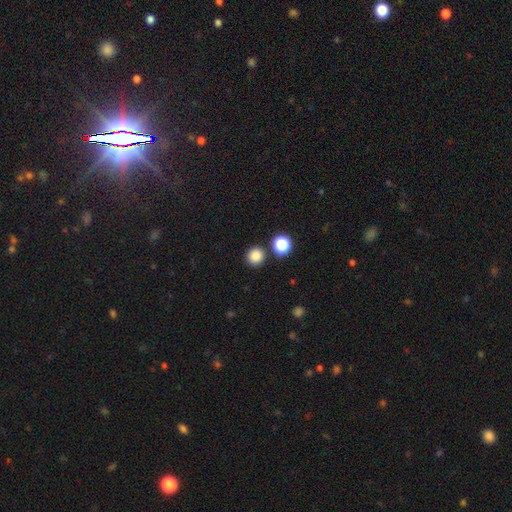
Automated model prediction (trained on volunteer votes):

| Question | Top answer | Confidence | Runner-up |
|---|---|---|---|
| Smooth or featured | smooth | 84% | star or artifact (13%) |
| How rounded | round | 92% | in between (7%) |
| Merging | none | 87% | minor disturbance (6%) |